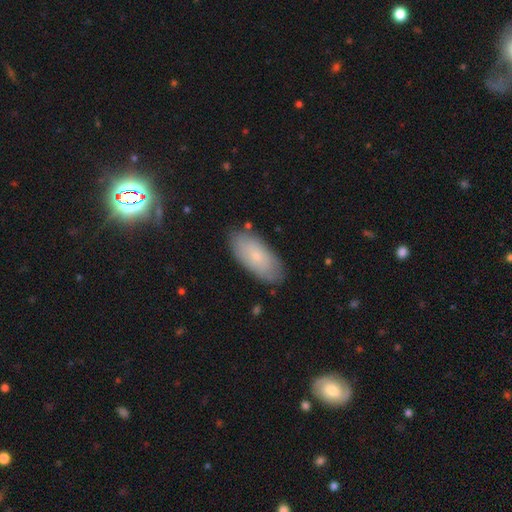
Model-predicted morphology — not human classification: smooth-or-featured: smooth: 70% | featured or disk: 22% | star or artifact: 7%
  how-rounded: in between: 89% | cigar-shaped: 9% | round: 2%
  merging: none: 82% | minor disturbance: 13% | major disturbance: 3% | merger: 2%